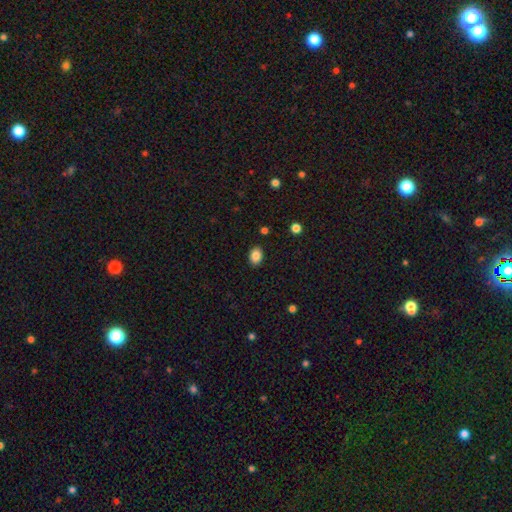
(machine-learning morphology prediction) Smooth or featured: smooth — 86% (star or artifact — 9%)
How rounded: in between — 79% (round — 20%)
Merging: none — 88% (minor disturbance — 8%)